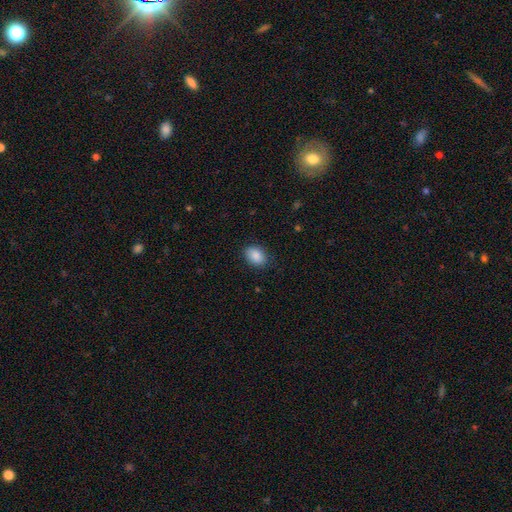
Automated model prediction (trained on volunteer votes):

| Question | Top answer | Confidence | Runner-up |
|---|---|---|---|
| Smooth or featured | smooth | 88% | star or artifact (7%) |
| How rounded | in between | 77% | round (22%) |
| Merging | none | 86% | minor disturbance (11%) |